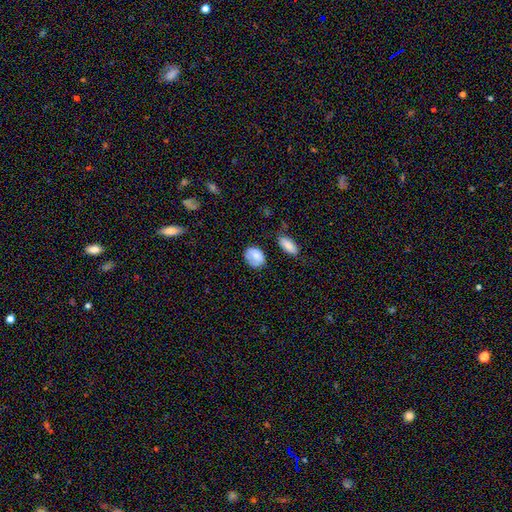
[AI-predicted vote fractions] smooth-or-featured: smooth: 76% | featured or disk: 17% | star or artifact: 8%
  how-rounded: in between: 59% | round: 40% | cigar-shaped: 2%
  merging: none: 60% | minor disturbance: 27% | major disturbance: 8% | merger: 4%